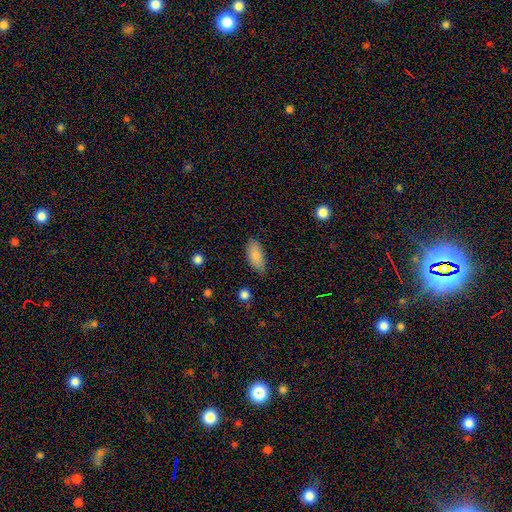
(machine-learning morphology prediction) A smooth galaxy with no disk features (85%) that is in between round and cigar-shaped (88%). Merging: none (79%).